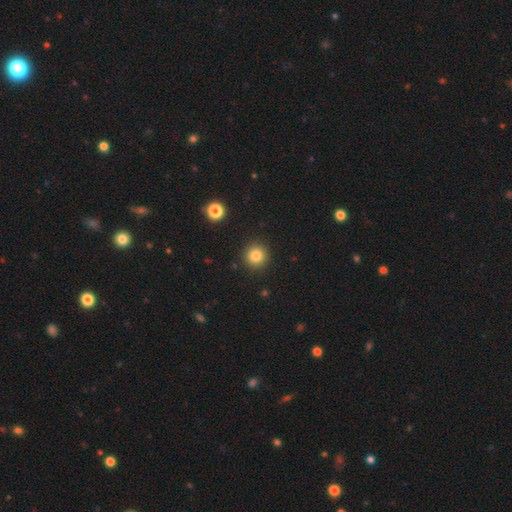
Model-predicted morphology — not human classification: A smooth galaxy with no disk features (83%) that is round (95%).

Vote fractions:
- Smooth or featured? smooth: 83% / star or artifact: 11% / featured or disk: 6%
- How rounded? round: 95% / in between: 4% / cigar-shaped: 1%
- Merging? none: 91% / minor disturbance: 6% / major disturbance: 2% / merger: 2%